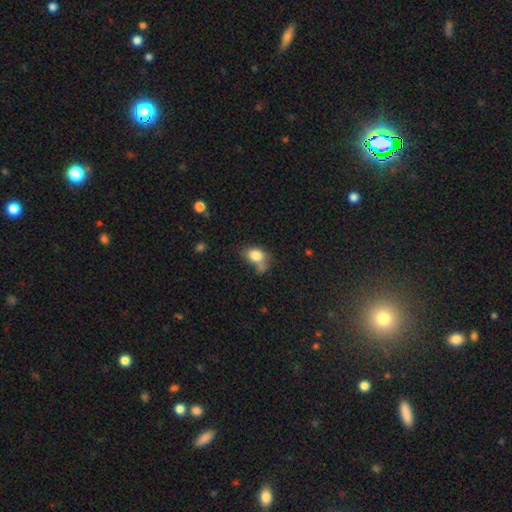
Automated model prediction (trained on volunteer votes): This appears to be a smooth galaxy with no disk features (82%) that is in between round and cigar-shaped (74%). Merging: none (40%).